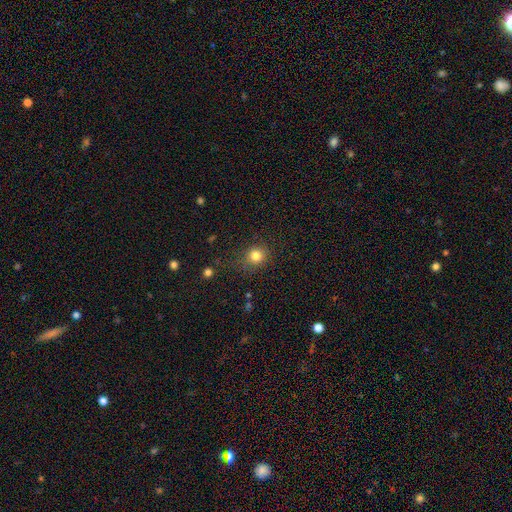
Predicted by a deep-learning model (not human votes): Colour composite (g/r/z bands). It shows a smooth galaxy with no disk features (81%) that is round (86%). Merging: none (78%).